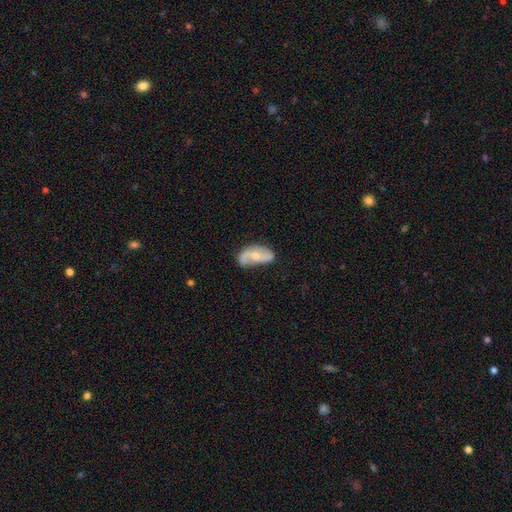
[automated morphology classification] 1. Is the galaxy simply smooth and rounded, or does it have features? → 68% featured or disk, 26% smooth, 6% star or artifact.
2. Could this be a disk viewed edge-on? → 94% no, 6% yes.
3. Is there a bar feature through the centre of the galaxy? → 58% no, 29% weak, 13% strong.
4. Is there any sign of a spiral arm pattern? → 85% yes, 15% no.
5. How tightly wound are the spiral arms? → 64% loose, 26% medium, 10% tight.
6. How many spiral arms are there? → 85% 2, 7% can't tell, 6% 1, 1% 3, 1% 4, 1% more than 4.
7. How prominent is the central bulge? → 53% moderate, 42% small, 2% none, 2% large, 1% dominant.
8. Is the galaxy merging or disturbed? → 54% none, 30% minor disturbance, 12% major disturbance, 4% merger.